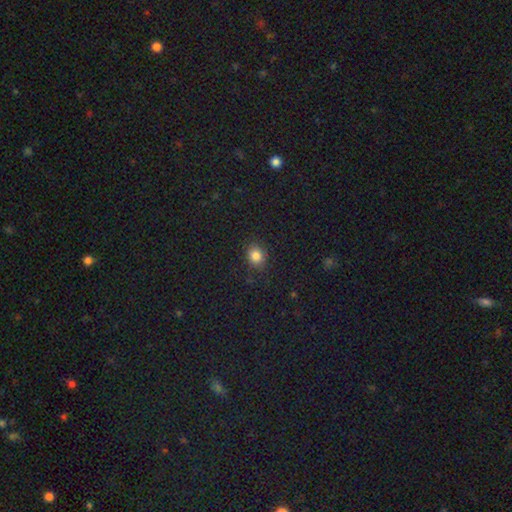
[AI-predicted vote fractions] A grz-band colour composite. It shows a smooth galaxy with no disk features (83%) that is round (69%). Merging: none (86%).